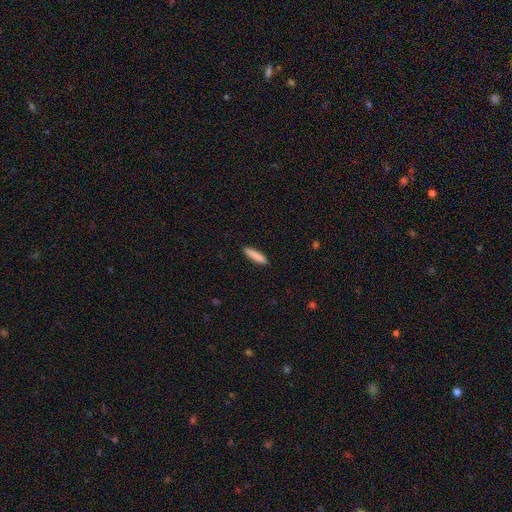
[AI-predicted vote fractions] Smooth or featured?
  - smooth: 87% *
  - featured or disk: 7%
  - star or artifact: 6%
How rounded?
  - cigar-shaped: 82% *
  - in between: 17%
  - round: 1%
Merging?
  - none: 90% *
  - minor disturbance: 7%
  - major disturbance: 2%
  - merger: 1%